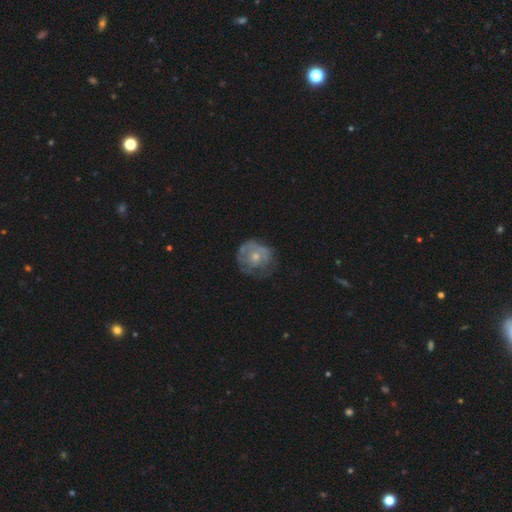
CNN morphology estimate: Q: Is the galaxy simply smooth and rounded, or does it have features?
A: featured or disk — 53%.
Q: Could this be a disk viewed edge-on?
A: no — 97%.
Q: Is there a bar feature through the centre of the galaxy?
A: no — 87%.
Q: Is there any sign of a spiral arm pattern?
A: no — 59%.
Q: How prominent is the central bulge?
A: small — 53%.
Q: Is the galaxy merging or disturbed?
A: none — 53%.